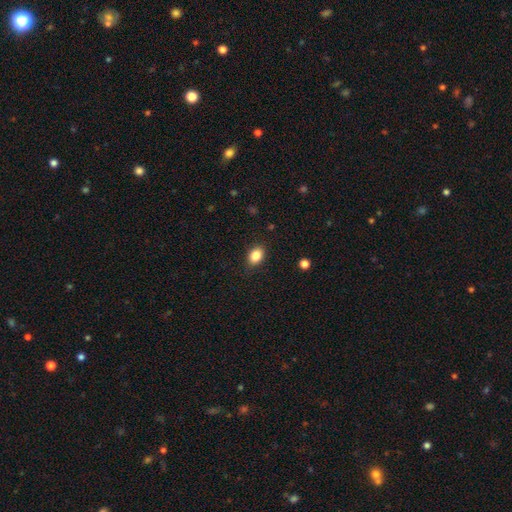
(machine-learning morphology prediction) smooth-or-featured: smooth: 85% | star or artifact: 9% | featured or disk: 6%
  how-rounded: in between: 75% | round: 24% | cigar-shaped: 1%
  merging: none: 86% | minor disturbance: 11% | major disturbance: 3% | merger: 1%